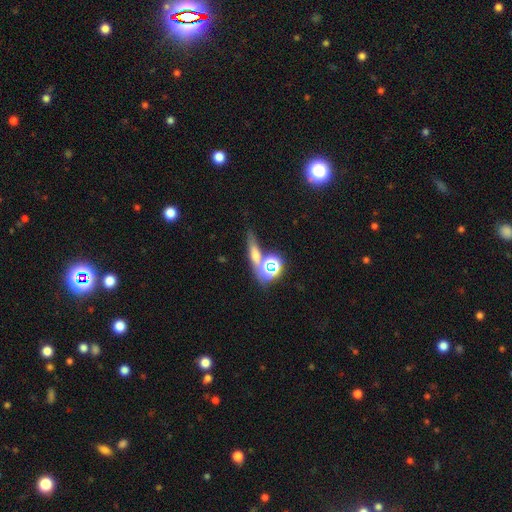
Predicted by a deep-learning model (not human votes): Overall: smooth (47%; star or artifact 29%). Merging: none (64%).